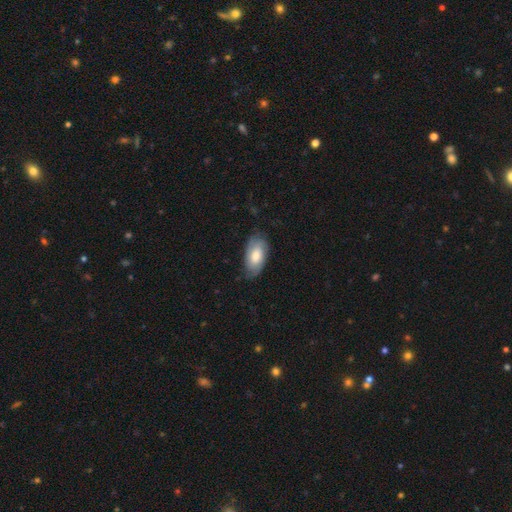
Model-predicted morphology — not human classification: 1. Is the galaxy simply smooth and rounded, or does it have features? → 53% smooth, 41% featured or disk, 6% star or artifact.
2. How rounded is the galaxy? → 93% in between, 4% cigar-shaped, 3% round.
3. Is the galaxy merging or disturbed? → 71% none, 22% minor disturbance, 6% major disturbance, 1% merger.